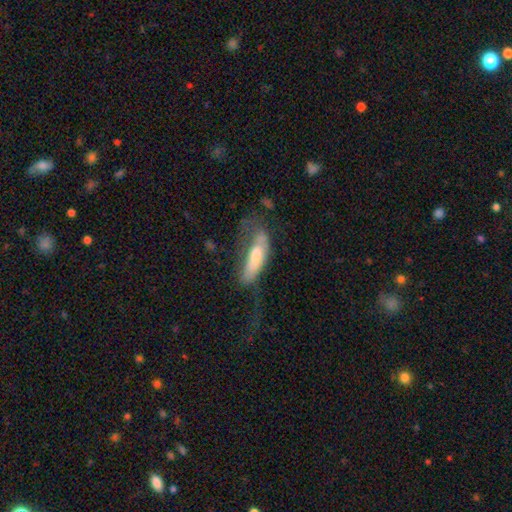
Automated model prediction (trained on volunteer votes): smooth-or-featured: smooth: 61% | featured or disk: 33% | star or artifact: 7%
  how-rounded: in between: 52% | cigar-shaped: 46% | round: 2%
  merging: major disturbance: 44% | none: 28% | minor disturbance: 24% | merger: 4%